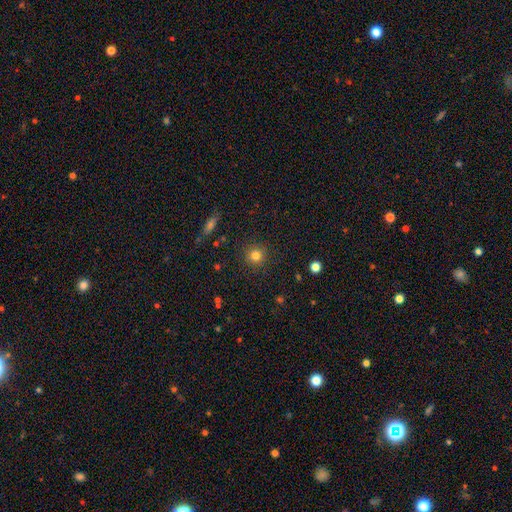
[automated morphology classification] Overall: smooth (81%). How rounded: round (93%). Merging: none (90%).